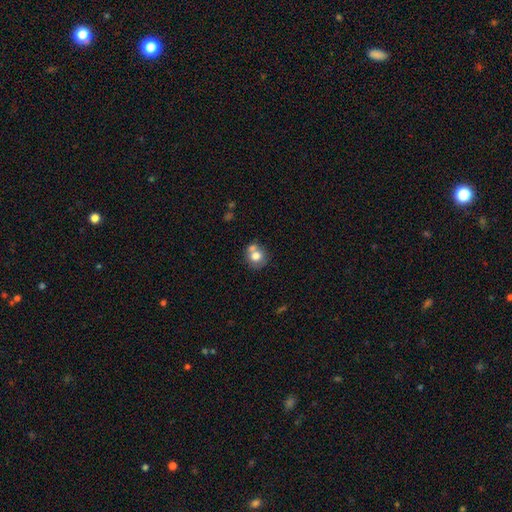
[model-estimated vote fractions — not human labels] Smooth or featured? smooth (72%)
How rounded? round (79%)
Merging? none (48%)